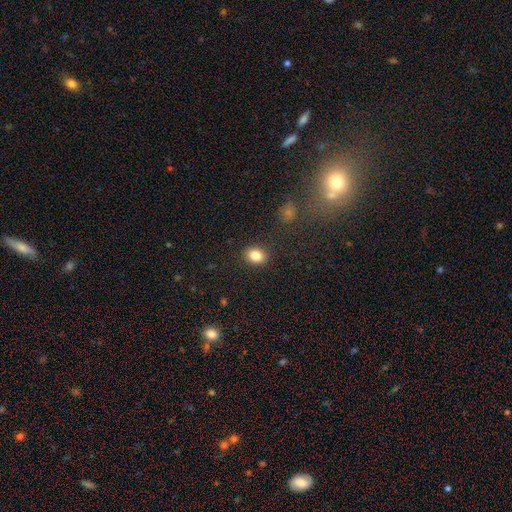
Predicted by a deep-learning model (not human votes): Smooth or featured? smooth (84%)
How rounded? in between (52%)
Merging? none (88%)